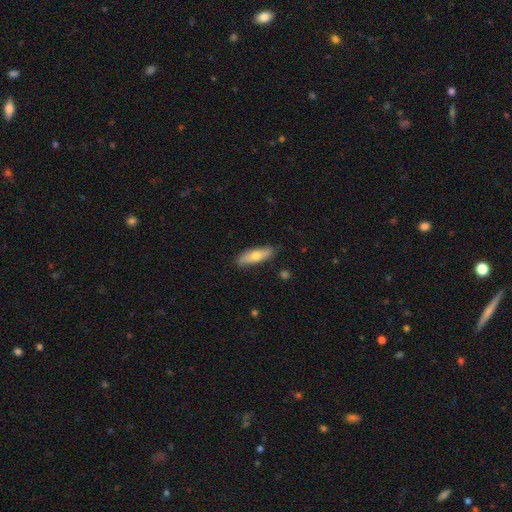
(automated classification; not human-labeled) smooth 67%, featured or disk 27%, star or artifact 6%. Down the decision tree: how rounded — in between (51%); merging — none (85%).